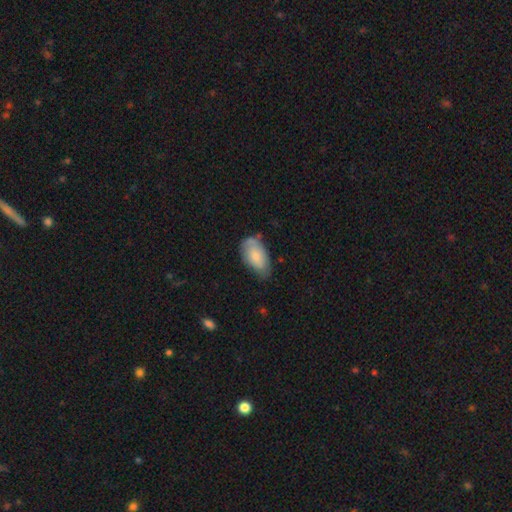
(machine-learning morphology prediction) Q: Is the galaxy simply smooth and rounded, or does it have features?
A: smooth — 73%.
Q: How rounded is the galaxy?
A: in between — 94%.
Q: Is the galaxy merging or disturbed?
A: none — 53%.